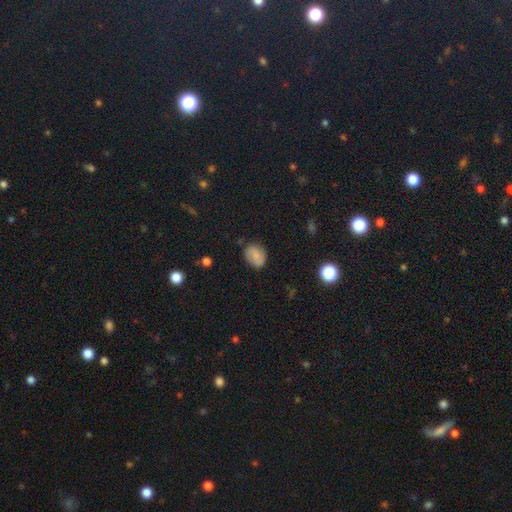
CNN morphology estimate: This is likely a smooth galaxy (74%). How rounded: likely in between (64%). Merging: likely none (75%).